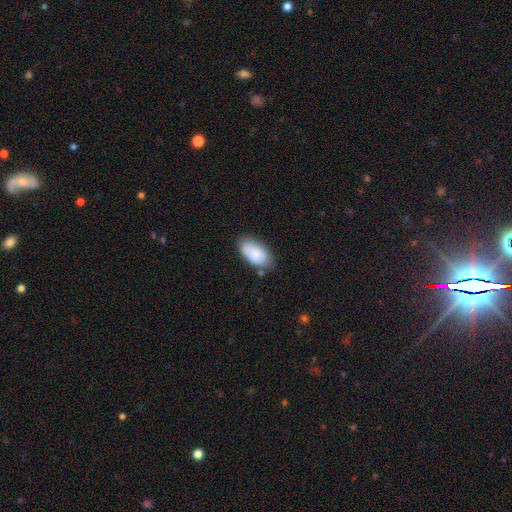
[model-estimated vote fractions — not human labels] This is clearly a smooth galaxy (82%). How rounded: clearly in between (95%). Merging: likely none (71%).